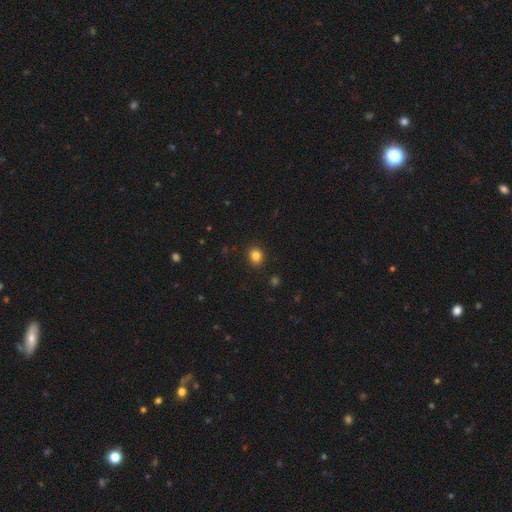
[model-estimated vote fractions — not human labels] Smooth or featured?
  - smooth: 83% *
  - star or artifact: 12%
  - featured or disk: 5%
How rounded?
  - round: 81% *
  - in between: 18%
  - cigar-shaped: 1%
Merging?
  - none: 91% *
  - minor disturbance: 6%
  - major disturbance: 2%
  - merger: 1%